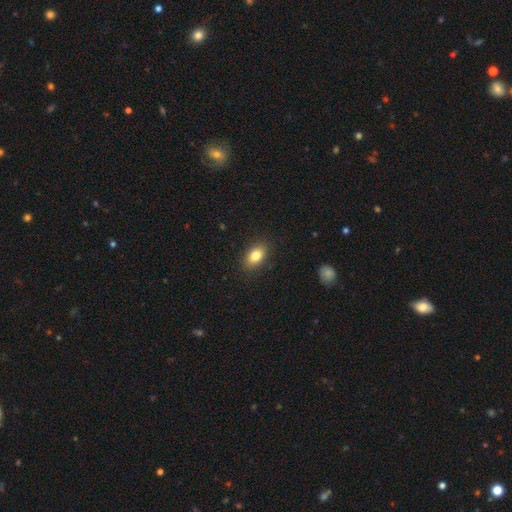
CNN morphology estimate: A smooth galaxy with no disk features (82%) that is in between round and cigar-shaped (86%). Merging: none (88%).